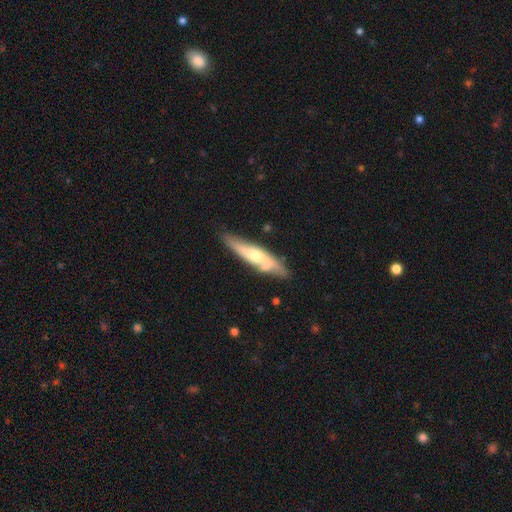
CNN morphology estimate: A featured or disk galaxy (59%) viewed edge-on (69%). Merging: none (71%).